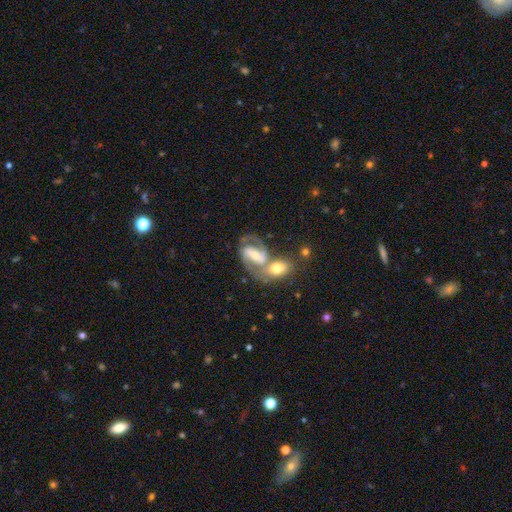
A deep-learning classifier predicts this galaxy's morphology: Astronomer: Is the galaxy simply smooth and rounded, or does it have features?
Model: featured or disk — 78%.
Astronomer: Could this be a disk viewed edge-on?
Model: no — 96%.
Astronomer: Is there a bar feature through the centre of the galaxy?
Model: weak — 40% (runner-up: strong, 39%).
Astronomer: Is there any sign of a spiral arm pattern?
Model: yes — 92%.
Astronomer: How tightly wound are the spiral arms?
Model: medium — 55%.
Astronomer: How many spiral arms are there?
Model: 2 — 87%.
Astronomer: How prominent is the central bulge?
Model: moderate — 47% (runner-up: small, 42%).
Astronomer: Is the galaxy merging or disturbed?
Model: merger — 50% (runner-up: none, 33%).